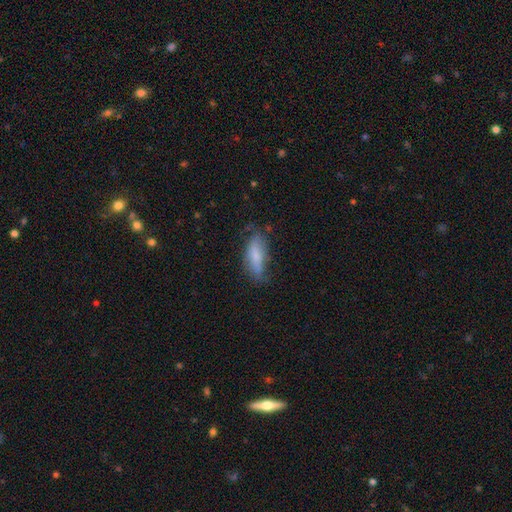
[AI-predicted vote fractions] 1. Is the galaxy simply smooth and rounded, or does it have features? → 69% smooth, 24% featured or disk, 7% star or artifact.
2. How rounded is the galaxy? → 60% in between, 38% cigar-shaped, 2% round.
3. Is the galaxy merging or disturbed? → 59% none, 30% minor disturbance, 9% major disturbance, 2% merger.